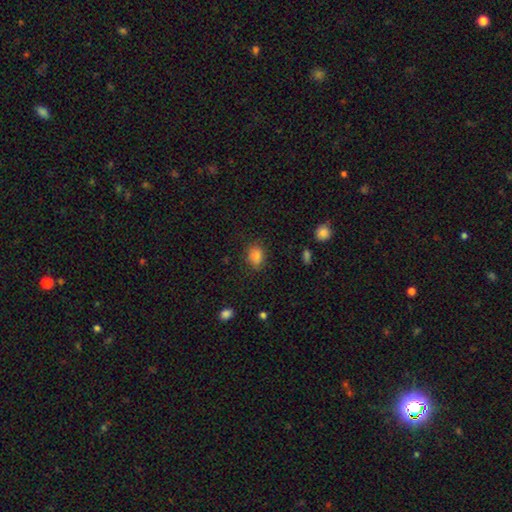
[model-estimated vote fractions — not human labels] Smooth or featured? Predicted: smooth (p=0.83). How rounded? Predicted: in between (p=0.53). Merging? Predicted: none (p=0.80).